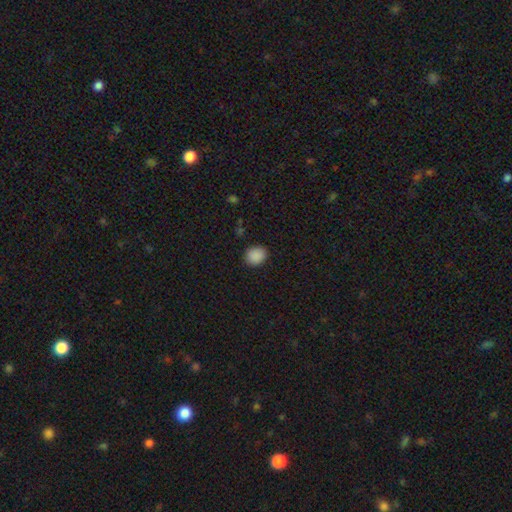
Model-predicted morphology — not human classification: smooth-or-featured: smooth: 89% | star or artifact: 9% | featured or disk: 3%
  how-rounded: round: 60% | in between: 39% | cigar-shaped: 1%
  merging: none: 87% | minor disturbance: 9% | major disturbance: 2% | merger: 1%